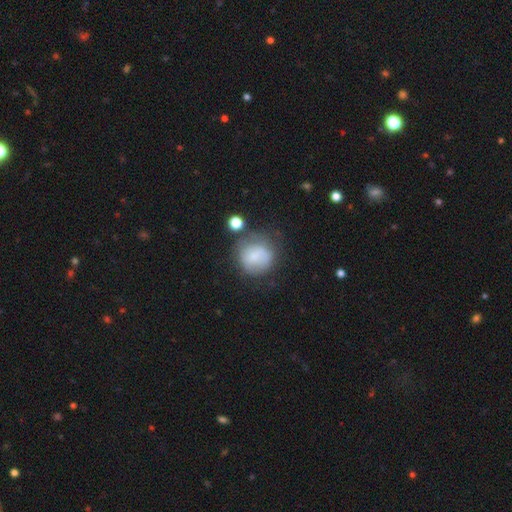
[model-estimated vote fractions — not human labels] This is likely a smooth galaxy (68%). How rounded: clearly round (85%). Merging: possibly none (48%).